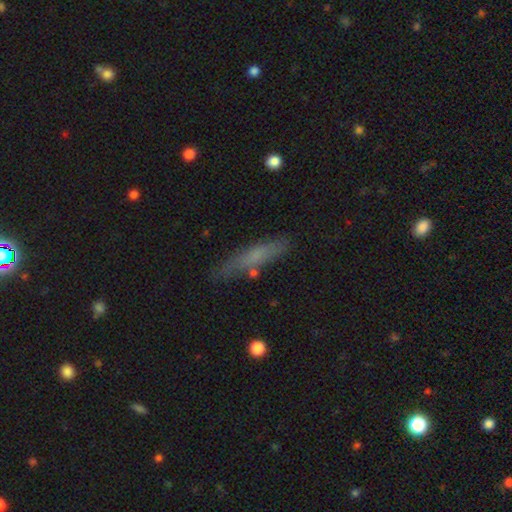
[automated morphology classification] smooth_or_featured: smooth (p=0.62) [alt: featured or disk p=0.29]
how_rounded: cigar-shaped (p=0.85) [alt: in between p=0.13]
merging: none (p=0.77) [alt: minor disturbance p=0.16]